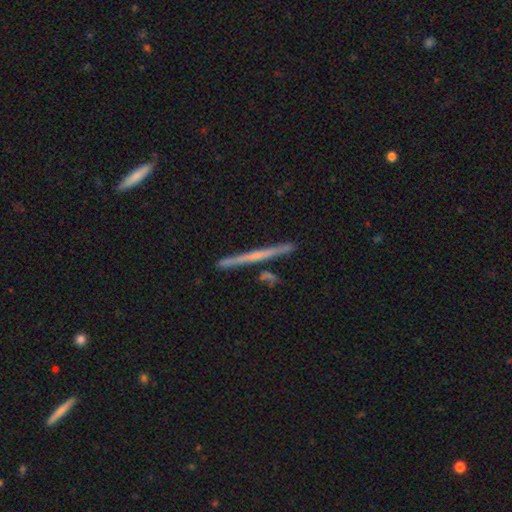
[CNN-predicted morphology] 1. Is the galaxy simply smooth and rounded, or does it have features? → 60% featured or disk, 34% smooth, 6% star or artifact.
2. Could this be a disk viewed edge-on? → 97% yes, 3% no.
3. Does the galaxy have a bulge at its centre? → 75% none, 19% rounded, 6% boxy.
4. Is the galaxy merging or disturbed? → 88% none, 8% minor disturbance, 3% merger, 2% major disturbance.